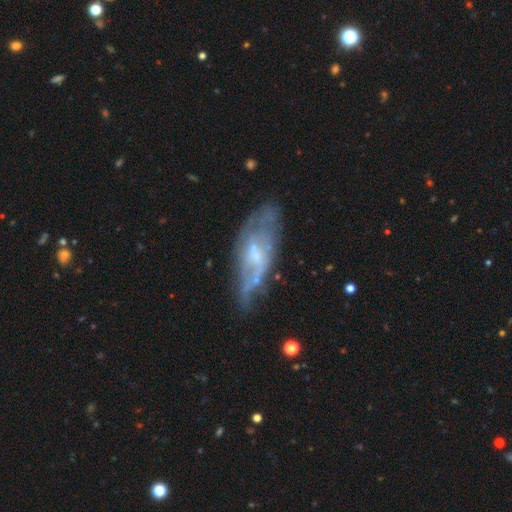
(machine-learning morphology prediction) Q: Smooth or featured?
A: featured or disk (66%); runner-up: smooth (26%)
Q: Edge-on disk?
A: no (84%); runner-up: yes (16%)
Q: Bar?
A: no (51%); runner-up: weak (40%)
Q: Spiral arms?
A: yes (56%); runner-up: no (44%)
Q: Bulge size?
A: small (46%); runner-up: moderate (32%)
Q: Merging?
A: none (49%); runner-up: minor disturbance (29%)